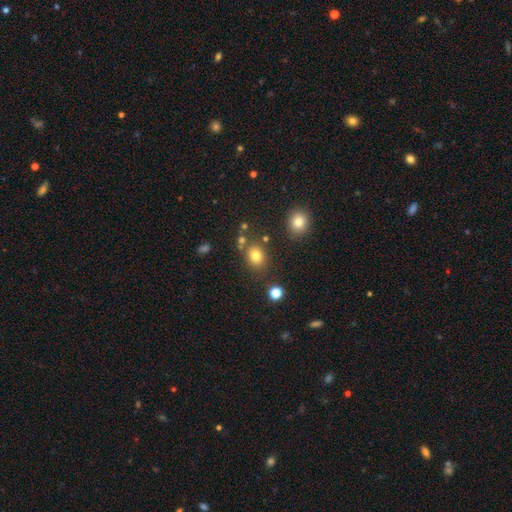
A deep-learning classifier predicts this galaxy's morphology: A smooth galaxy with no disk features (79%) that is round (61%). Merging: none (76%).